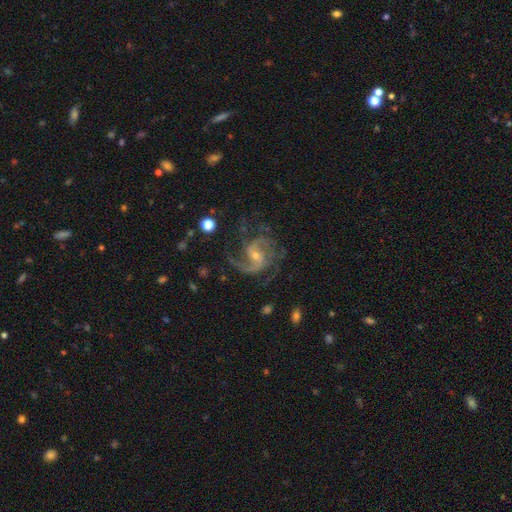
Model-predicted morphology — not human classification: smooth_or_featured: featured or disk (p=0.90) [alt: star or artifact p=0.06]
disk_edge_on: no (p=0.98) [alt: yes p=0.02]
bar: no (p=0.46) [alt: weak p=0.41]
has_spiral_arms: yes (p=0.98) [alt: no p=0.02]
spiral_winding: medium (p=0.54) [alt: loose p=0.24]
spiral_arm_count: 2 (p=0.44) [alt: 3 p=0.26]
bulge_size: small (p=0.68) [alt: moderate p=0.28]
merging: none (p=0.64) [alt: minor disturbance p=0.18]